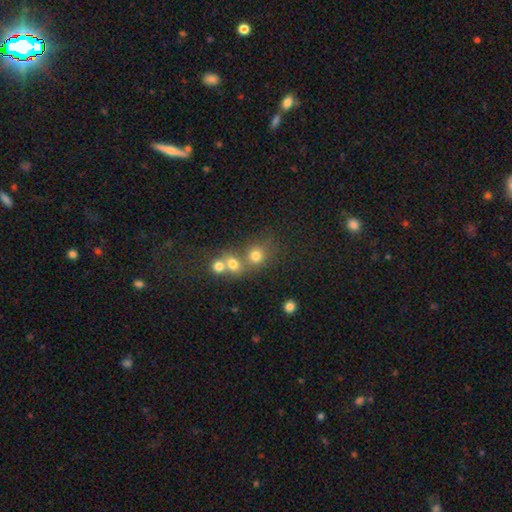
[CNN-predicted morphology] Smooth or featured? smooth (74%)
How rounded? round (82%)
Merging? none (47%)